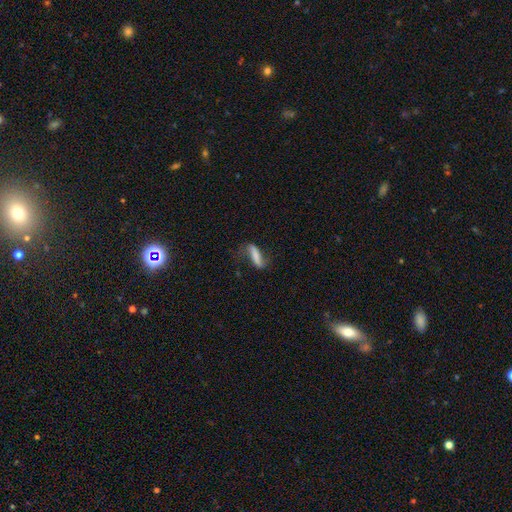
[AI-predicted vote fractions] Smooth or featured? smooth (49%)
Merging? none (53%)